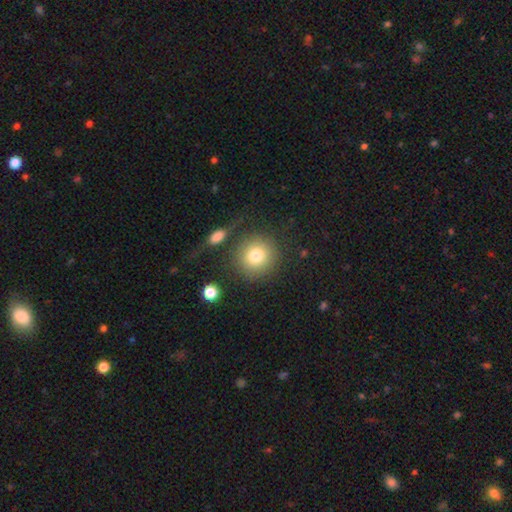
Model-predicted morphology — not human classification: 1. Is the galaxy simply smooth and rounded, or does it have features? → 79% smooth, 11% featured or disk, 10% star or artifact.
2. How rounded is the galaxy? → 91% round, 8% in between, 1% cigar-shaped.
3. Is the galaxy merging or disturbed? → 75% none, 11% minor disturbance, 7% merger, 7% major disturbance.